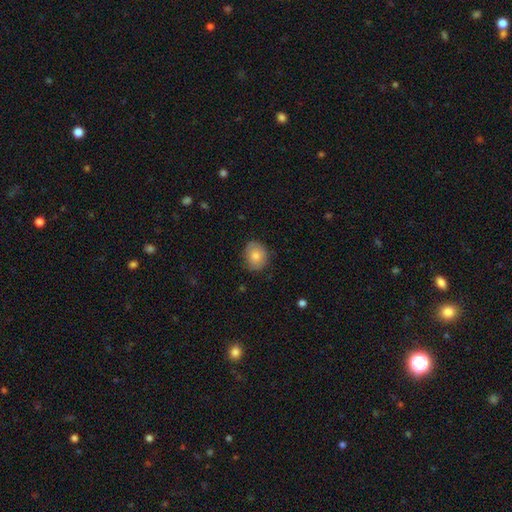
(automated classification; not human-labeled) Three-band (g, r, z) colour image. It shows a smooth galaxy with no disk features (74%) that is round (59%). Merging: none (81%).